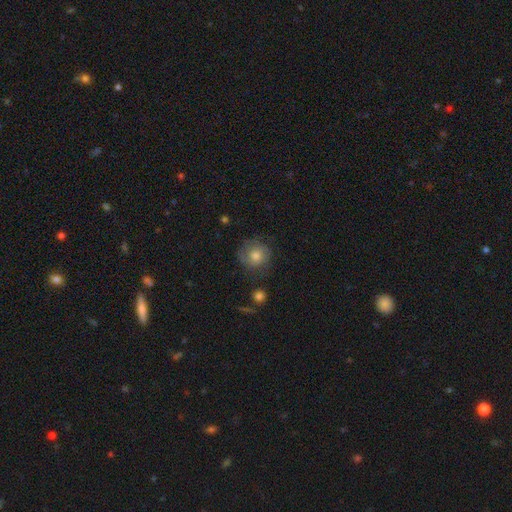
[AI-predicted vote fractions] A smooth galaxy with no disk features (52%) that is round (89%).

Vote fractions:
- Smooth or featured? smooth: 52% / featured or disk: 37% / star or artifact: 11%
- How rounded? round: 89% / in between: 10% / cigar-shaped: 1%
- Merging? none: 75% / minor disturbance: 16% / major disturbance: 7% / merger: 2%